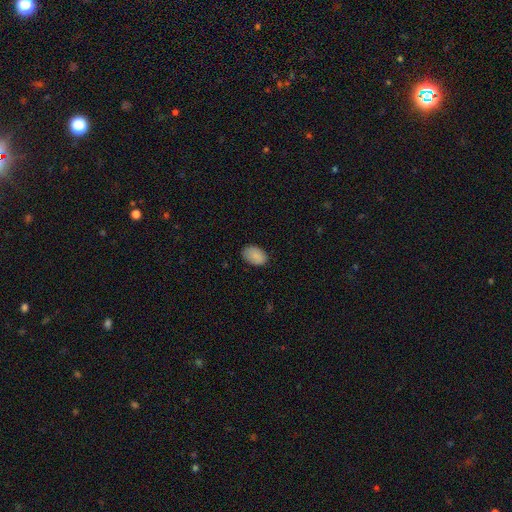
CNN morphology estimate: A smooth galaxy with no disk features (88%) that is in between round and cigar-shaped (88%). Merging: none (84%).